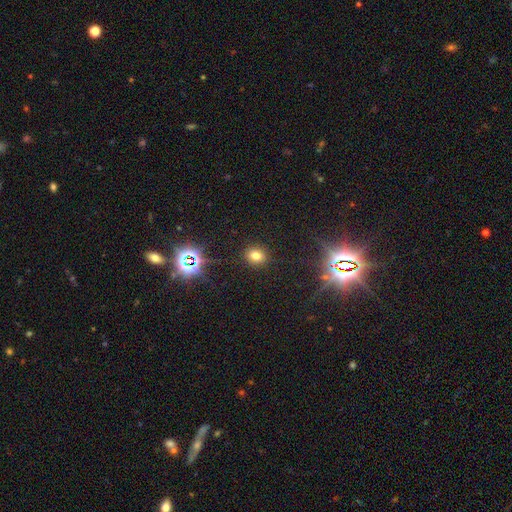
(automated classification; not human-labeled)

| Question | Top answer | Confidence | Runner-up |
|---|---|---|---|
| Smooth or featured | smooth | 72% | star or artifact (21%) |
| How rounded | round | 69% | in between (29%) |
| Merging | none | 89% | minor disturbance (7%) |